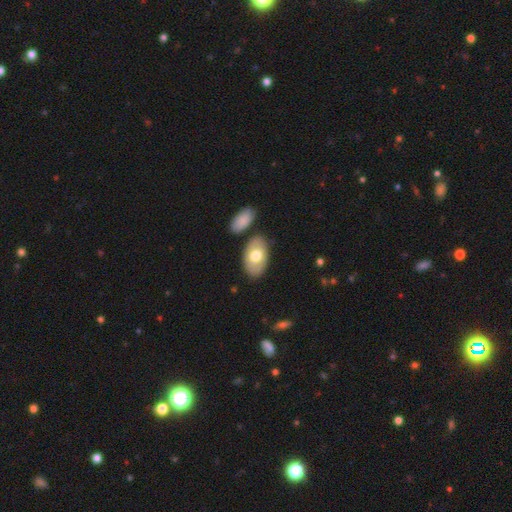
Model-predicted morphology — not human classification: smooth 67%, featured or disk 28%, star or artifact 5%. Down the decision tree: how rounded — in between (93%); merging — none (78%).